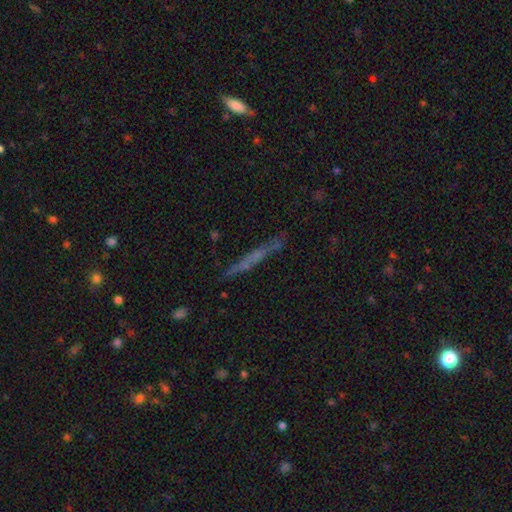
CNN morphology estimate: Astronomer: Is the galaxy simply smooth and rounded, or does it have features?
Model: featured or disk — 46% (runner-up: smooth, 32%).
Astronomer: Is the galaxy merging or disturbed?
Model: none — 84%.